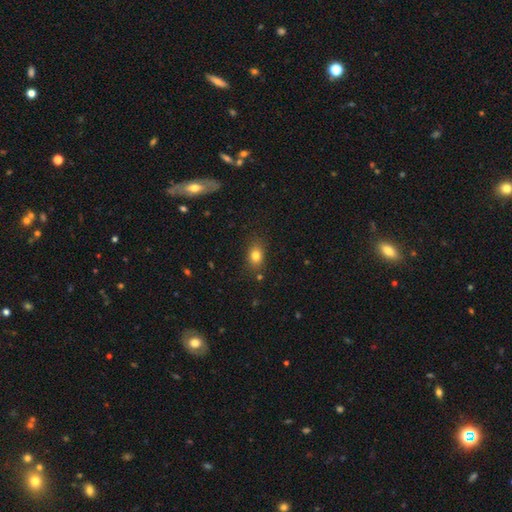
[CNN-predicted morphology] type=smooth (80%); roundness=in between (70%); merging=none (81%).